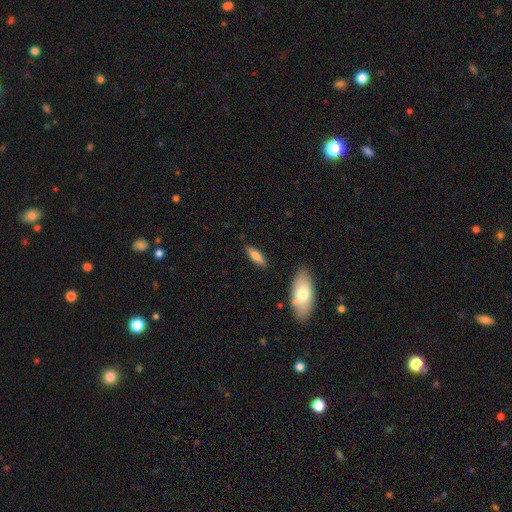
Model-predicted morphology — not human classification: smooth_or_featured: smooth (p=0.71) [alt: featured or disk p=0.23]
how_rounded: cigar-shaped (p=0.62) [alt: in between p=0.36]
merging: none (p=0.82) [alt: minor disturbance p=0.12]